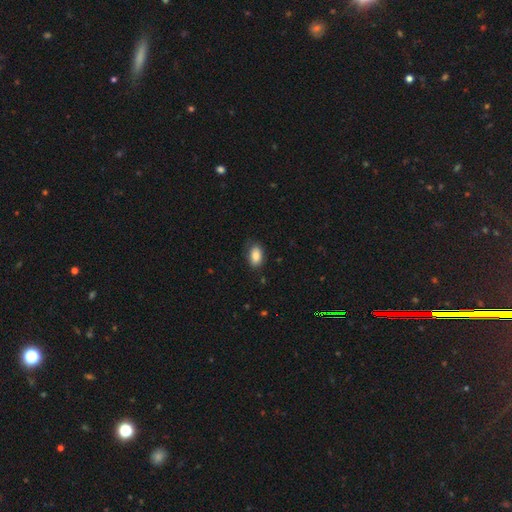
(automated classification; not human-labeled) Overall: smooth (87%). How rounded: in between (91%). Merging: none (80%).